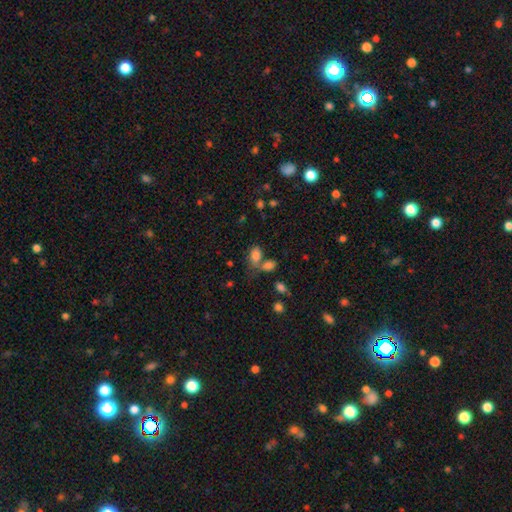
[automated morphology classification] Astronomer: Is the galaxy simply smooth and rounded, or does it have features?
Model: smooth — 80%.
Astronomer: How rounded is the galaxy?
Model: in between — 86%.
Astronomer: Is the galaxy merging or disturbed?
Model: none — 47% (runner-up: merger, 32%).